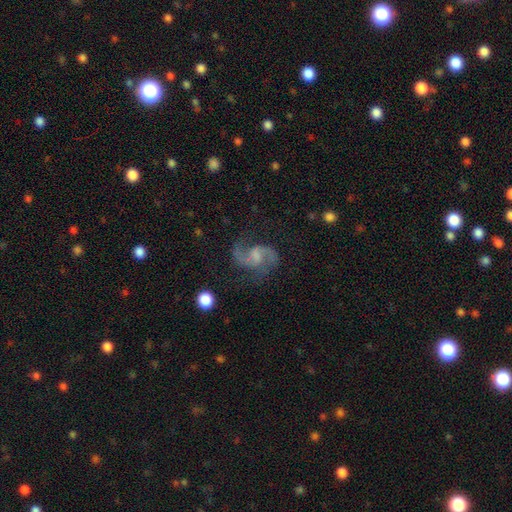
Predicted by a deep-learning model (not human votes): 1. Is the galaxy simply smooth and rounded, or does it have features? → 89% featured or disk, 6% star or artifact, 5% smooth.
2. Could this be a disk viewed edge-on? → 98% no, 2% yes.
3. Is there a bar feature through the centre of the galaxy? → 50% weak, 38% no, 12% strong.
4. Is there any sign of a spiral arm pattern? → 98% yes, 2% no.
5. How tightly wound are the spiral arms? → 52% medium, 39% loose, 9% tight.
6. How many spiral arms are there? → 93% 2, 2% can't tell, 2% 1, 1% 3, 1% 4, 1% more than 4.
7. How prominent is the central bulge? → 35% small, 34% none, 25% moderate, 5% large, 1% dominant.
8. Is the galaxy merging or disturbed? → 76% none, 14% minor disturbance, 8% major disturbance, 2% merger.